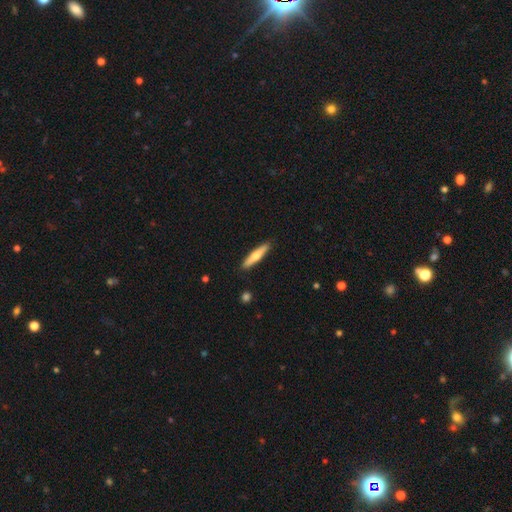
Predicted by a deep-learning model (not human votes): Smooth or featured: smooth — 60% (featured or disk — 35%)
How rounded: cigar-shaped — 87% (in between — 11%)
Merging: none — 90% (minor disturbance — 7%)